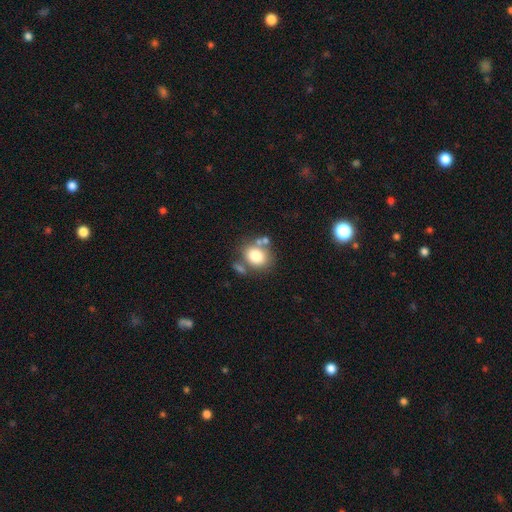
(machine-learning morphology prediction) A smooth galaxy with no disk features (79%) that is round (52%).

Vote fractions:
- Smooth or featured? smooth: 79% / featured or disk: 12% / star or artifact: 10%
- How rounded? round: 52% / in between: 47% / cigar-shaped: 1%
- Merging? none: 57% / merger: 22% / minor disturbance: 15% / major disturbance: 6%